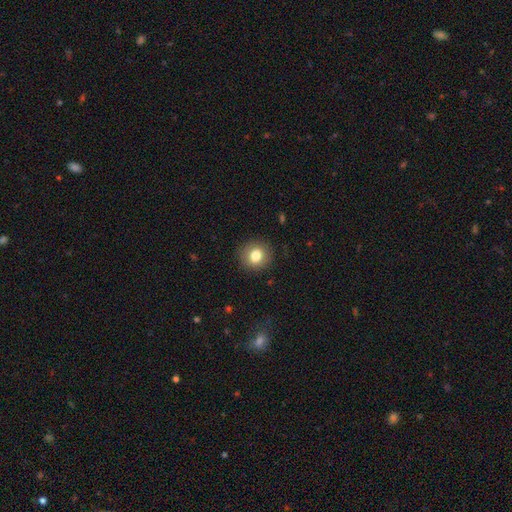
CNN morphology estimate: The model was most divided on "smooth or featured": smooth: 81%, star or artifact: 10%, featured or disk: 9%. More confident: merging — none (90%); how rounded — round (87%).